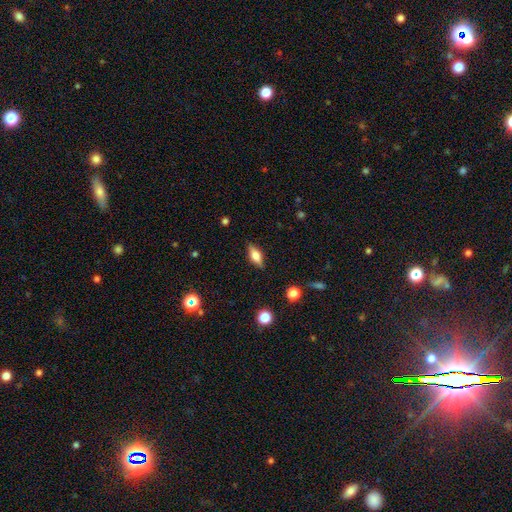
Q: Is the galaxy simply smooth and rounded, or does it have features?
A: featured or disk — 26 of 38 (68%).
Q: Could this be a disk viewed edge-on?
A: yes — 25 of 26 (96%).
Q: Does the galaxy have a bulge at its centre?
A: rounded — 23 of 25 (92%).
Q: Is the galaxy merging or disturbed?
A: none — 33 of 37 (89%).